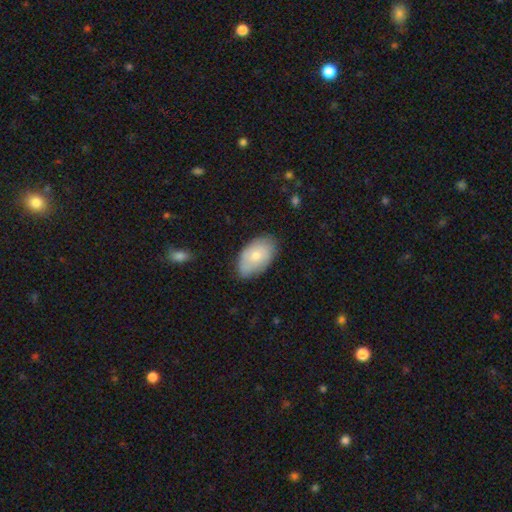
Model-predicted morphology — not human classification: Smooth or featured?
  - smooth: 72% *
  - featured or disk: 22%
  - star or artifact: 6%
How rounded?
  - in between: 94% *
  - round: 5%
  - cigar-shaped: 1%
Merging?
  - none: 78% *
  - minor disturbance: 17%
  - major disturbance: 3%
  - merger: 1%